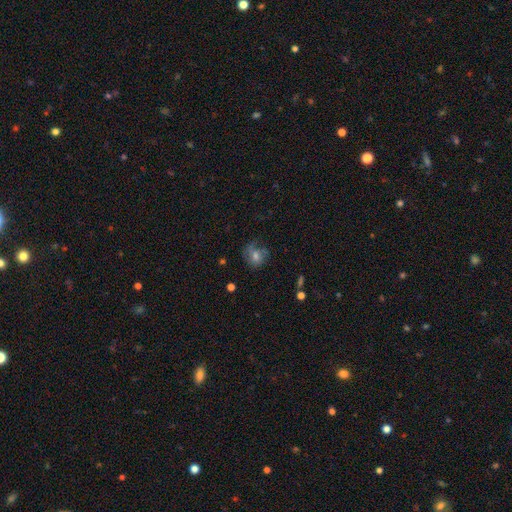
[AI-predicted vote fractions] This is possibly a smooth galaxy (46%). Merging: possibly none (54%).